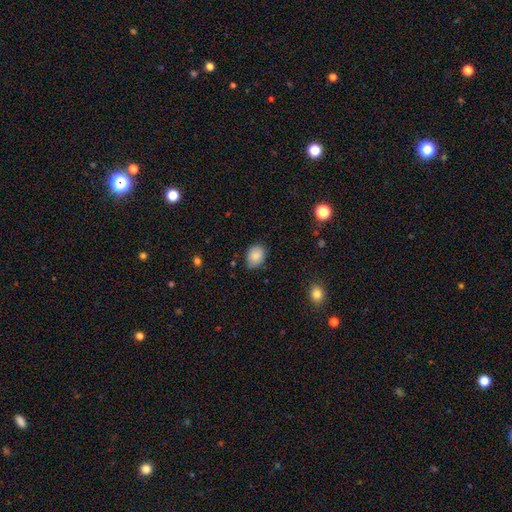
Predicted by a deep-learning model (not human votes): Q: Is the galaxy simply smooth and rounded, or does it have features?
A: smooth — 86%.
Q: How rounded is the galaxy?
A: in between — 69%.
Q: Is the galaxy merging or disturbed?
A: none — 79%.